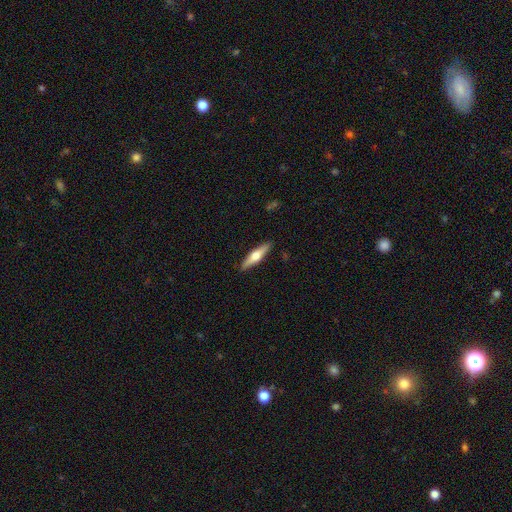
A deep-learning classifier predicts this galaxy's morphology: Overall: featured or disk (55%; smooth 40%). Edge-on disk: yes (96%). Edge-on bulge: rounded (94%). Merging: none (90%).